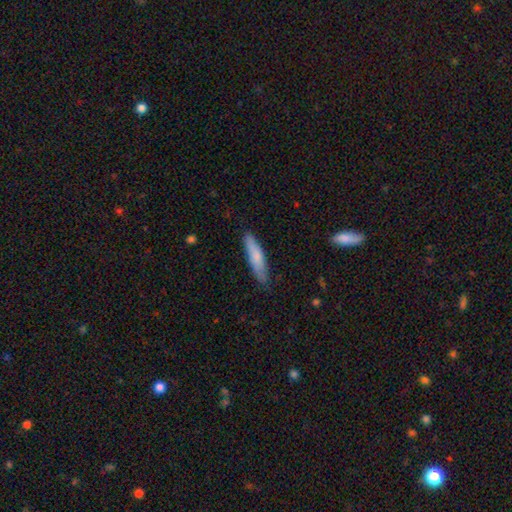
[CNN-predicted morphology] smooth 75%, featured or disk 19%, star or artifact 6%. Down the decision tree: how rounded — cigar-shaped (80%); merging — none (81%).